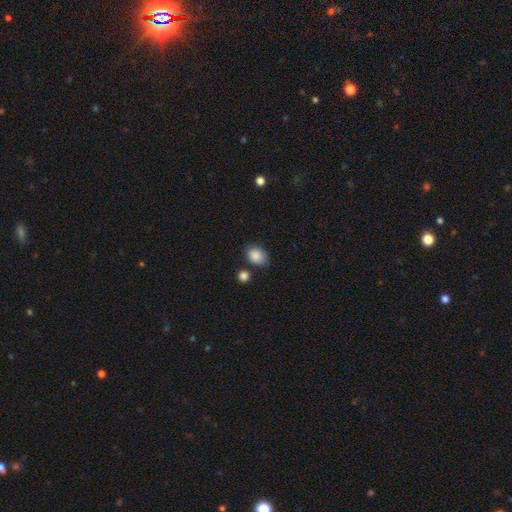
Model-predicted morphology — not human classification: smooth-or-featured: smooth: 87% | star or artifact: 9% | featured or disk: 4%
  how-rounded: round: 52% | in between: 47% | cigar-shaped: 1%
  merging: none: 70% | minor disturbance: 17% | merger: 8% | major disturbance: 4%